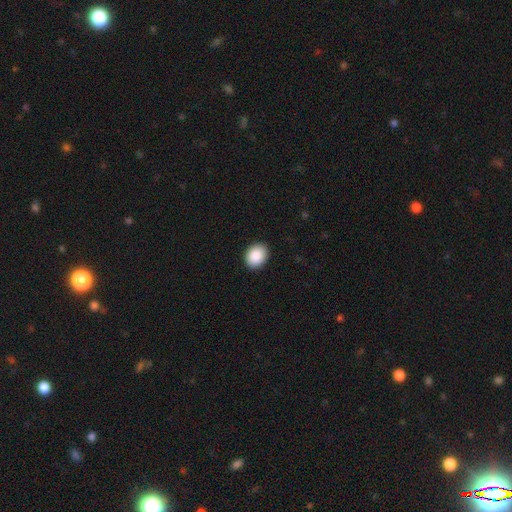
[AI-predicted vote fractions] A smooth galaxy with no disk features (90%) that is in between round and cigar-shaped (62%).

Vote fractions:
- Smooth or featured? smooth: 90% / star or artifact: 7% / featured or disk: 3%
- How rounded? in between: 62% / round: 38% / cigar-shaped: 1%
- Merging? none: 90% / minor disturbance: 7% / major disturbance: 2% / merger: 1%